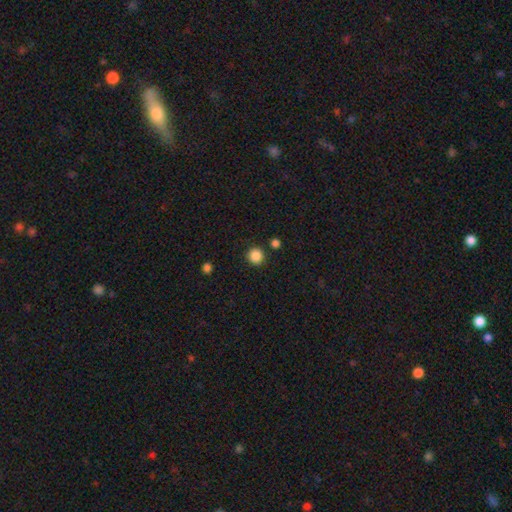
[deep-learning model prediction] Smooth or featured: smooth — 86% (star or artifact — 11%)
How rounded: round — 94% (in between — 6%)
Merging: none — 88% (minor disturbance — 6%)